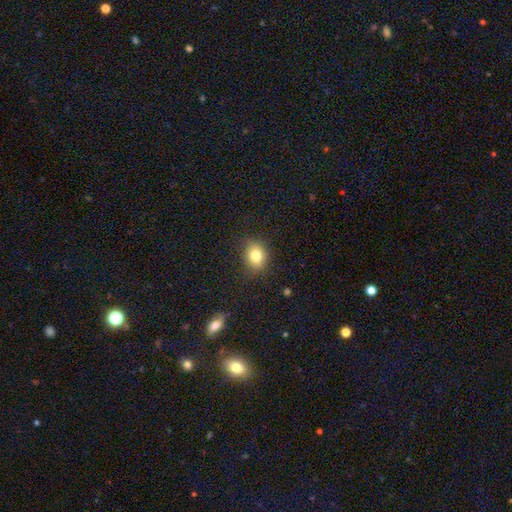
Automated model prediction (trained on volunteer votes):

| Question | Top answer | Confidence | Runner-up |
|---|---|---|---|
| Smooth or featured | smooth | 81% | star or artifact (11%) |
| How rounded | round | 54% | in between (45%) |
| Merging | none | 85% | minor disturbance (10%) |